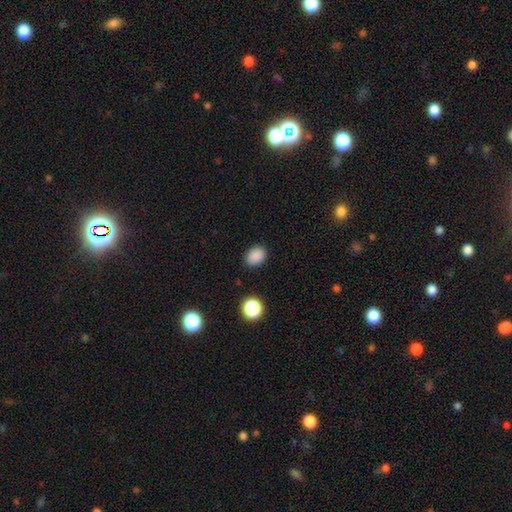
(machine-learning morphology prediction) Smooth or featured?
  - smooth: 86% *
  - star or artifact: 11%
  - featured or disk: 3%
How rounded?
  - in between: 62% *
  - round: 37%
  - cigar-shaped: 1%
Merging?
  - none: 87% *
  - minor disturbance: 9%
  - major disturbance: 3%
  - merger: 1%